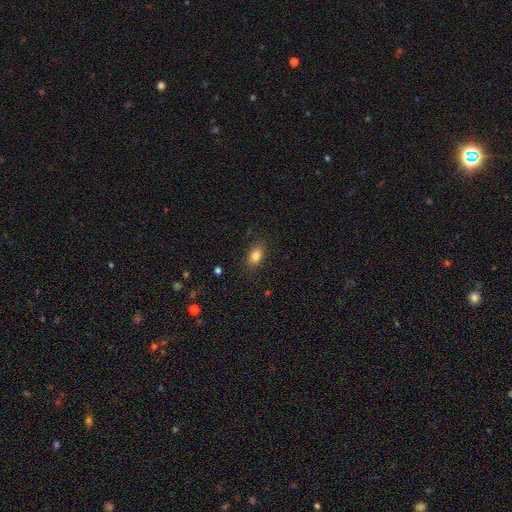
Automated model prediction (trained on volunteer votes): Smooth or featured?
  - smooth: 84% *
  - star or artifact: 10%
  - featured or disk: 7%
How rounded?
  - in between: 82% *
  - round: 16%
  - cigar-shaped: 2%
Merging?
  - none: 85% *
  - minor disturbance: 11%
  - major disturbance: 3%
  - merger: 1%